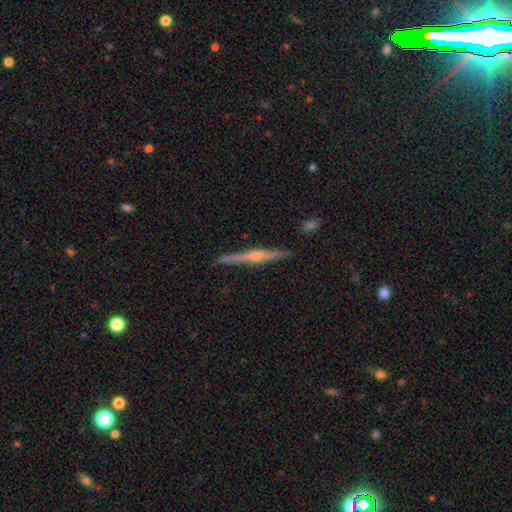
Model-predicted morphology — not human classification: This appears to be a featured or disk galaxy (80%) viewed edge-on (98%) with a rounded central bulge (85%). Merging: none (89%).